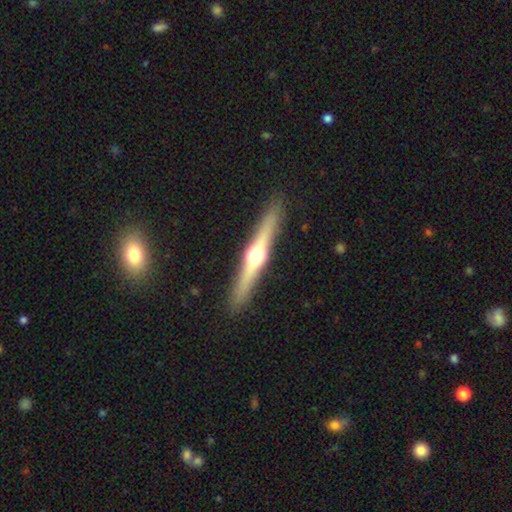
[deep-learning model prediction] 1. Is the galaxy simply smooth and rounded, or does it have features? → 72% featured or disk, 22% smooth, 6% star or artifact.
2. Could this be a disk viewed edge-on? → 97% yes, 3% no.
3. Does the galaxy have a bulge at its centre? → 95% rounded, 3% boxy, 2% none.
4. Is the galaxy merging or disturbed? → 90% none, 7% minor disturbance, 2% major disturbance, 1% merger.